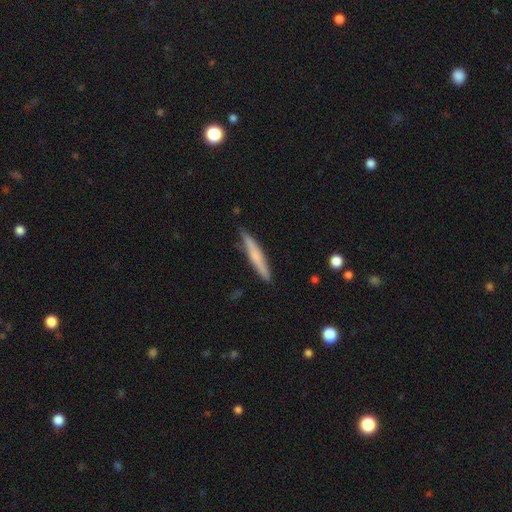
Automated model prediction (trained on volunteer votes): Smooth or featured? smooth (58%)
How rounded? cigar-shaped (95%)
Merging? none (85%)